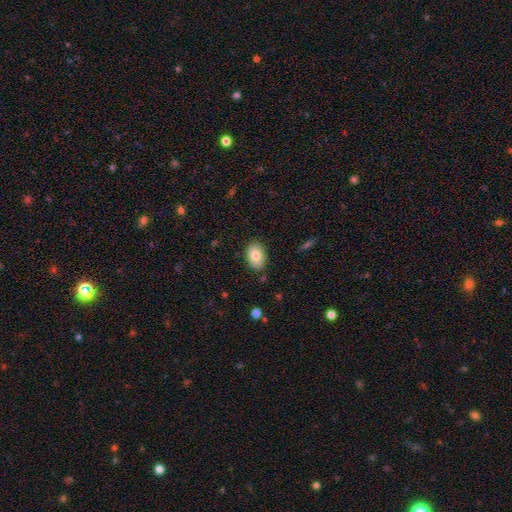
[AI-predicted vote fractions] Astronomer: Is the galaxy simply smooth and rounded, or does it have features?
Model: smooth — 79%.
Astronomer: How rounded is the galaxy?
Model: in between — 87%.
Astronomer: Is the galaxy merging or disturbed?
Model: none — 86%.